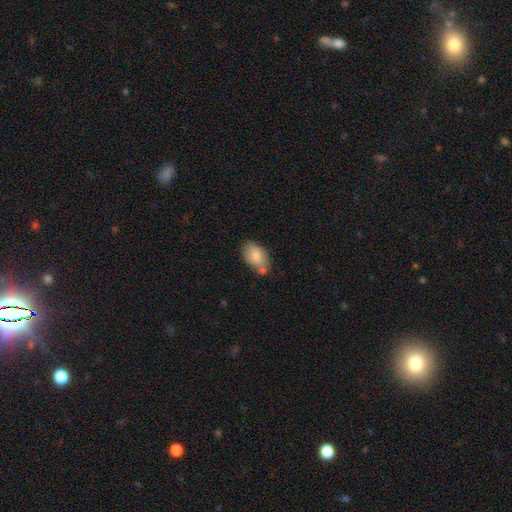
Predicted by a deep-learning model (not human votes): Smooth or featured?
  - smooth: 79% *
  - featured or disk: 15%
  - star or artifact: 7%
How rounded?
  - in between: 91% *
  - round: 7%
  - cigar-shaped: 2%
Merging?
  - none: 63% *
  - minor disturbance: 19%
  - merger: 14%
  - major disturbance: 4%